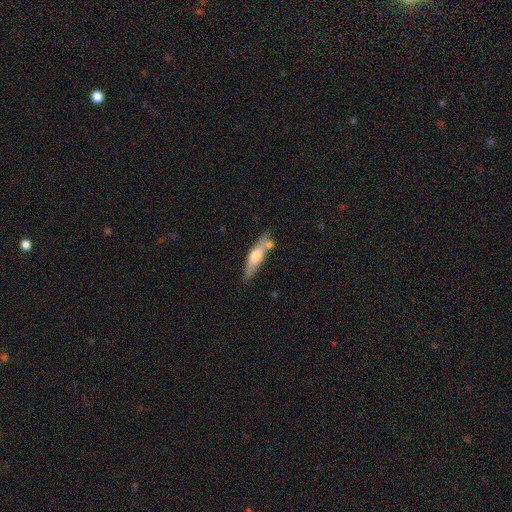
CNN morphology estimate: This is possibly a featured or disk galaxy (49%). Merging: likely none (62%).